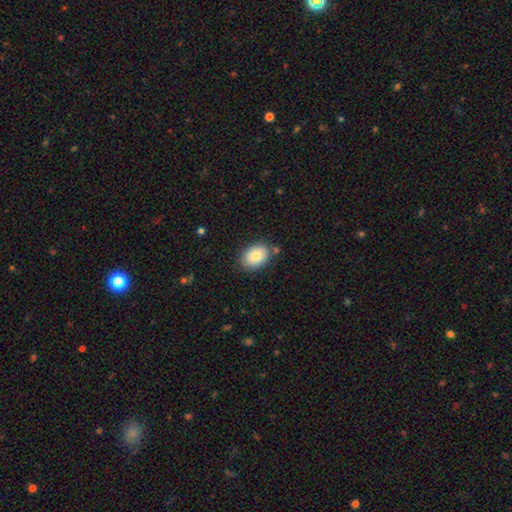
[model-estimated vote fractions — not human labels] A smooth galaxy with no disk features (80%) that is in between round and cigar-shaped (75%).

Vote fractions:
- Smooth or featured? smooth: 80% / featured or disk: 12% / star or artifact: 8%
- How rounded? in between: 75% / round: 24% / cigar-shaped: 1%
- Merging? none: 79% / minor disturbance: 14% / merger: 4% / major disturbance: 3%